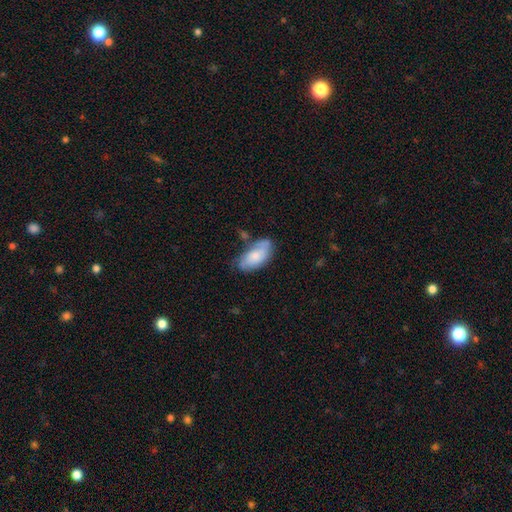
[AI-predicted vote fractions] smooth_or_featured: smooth (p=0.64) [alt: featured or disk p=0.30]
how_rounded: in between (p=0.93) [alt: cigar-shaped p=0.05]
merging: none (p=0.52) [alt: minor disturbance p=0.30]